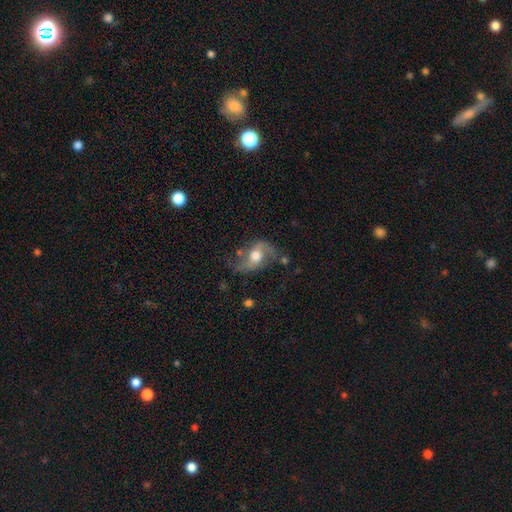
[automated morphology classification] smooth_or_featured: featured or disk (p=0.75) [alt: smooth p=0.18]
disk_edge_on: no (p=0.95) [alt: yes p=0.05]
bar: no (p=0.56) [alt: weak p=0.32]
has_spiral_arms: yes (p=0.88) [alt: no p=0.12]
spiral_winding: loose (p=0.71) [alt: medium p=0.23]
spiral_arm_count: 2 (p=0.91) [alt: can't tell p=0.03]
bulge_size: moderate (p=0.67) [alt: large p=0.22]
merging: none (p=0.57) [alt: minor disturbance p=0.24]